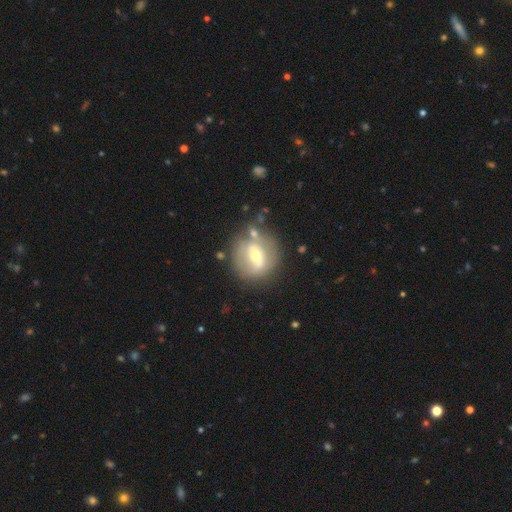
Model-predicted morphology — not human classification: This appears to be a featured or disk galaxy (57%) with a weak bar (41%), no spiral arms (64%) and a moderate central bulge (60%). Merging: none (68%).